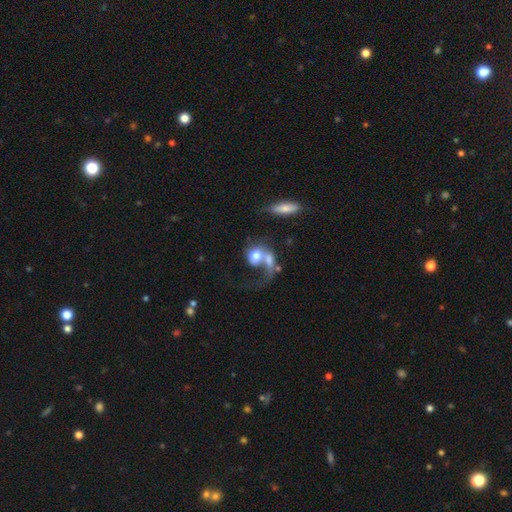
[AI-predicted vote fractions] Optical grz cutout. It shows a smooth galaxy with no disk features (51%) that is round (59%). Merging: merger (47%).